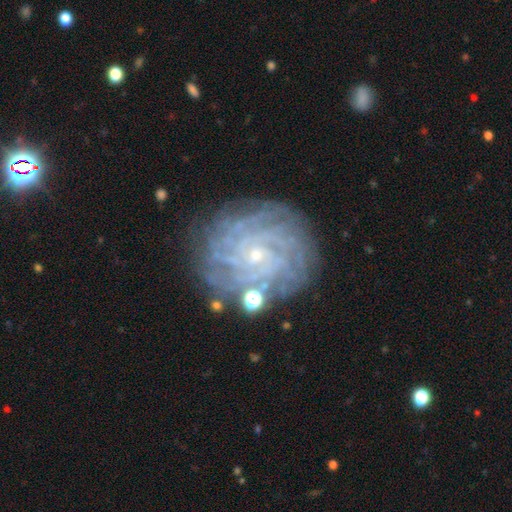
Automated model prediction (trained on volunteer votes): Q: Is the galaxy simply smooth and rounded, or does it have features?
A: featured or disk — 85%.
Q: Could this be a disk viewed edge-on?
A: no — 98%.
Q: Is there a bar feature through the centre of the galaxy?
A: no — 75%.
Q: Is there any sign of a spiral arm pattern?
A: yes — 97%.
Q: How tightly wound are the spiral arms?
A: tight — 83%.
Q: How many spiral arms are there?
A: more than 4 — 31%.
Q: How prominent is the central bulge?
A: small — 85%.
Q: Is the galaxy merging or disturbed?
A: none — 80%.